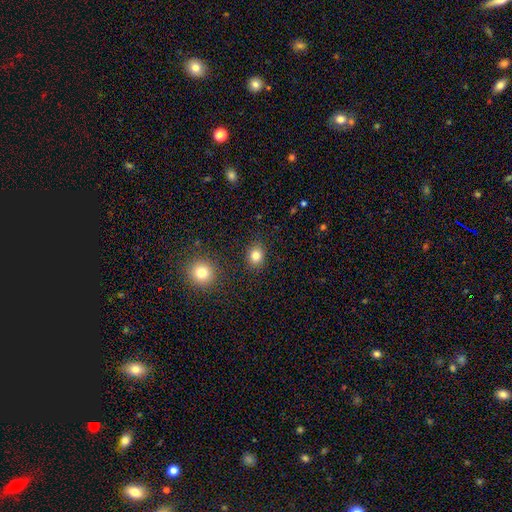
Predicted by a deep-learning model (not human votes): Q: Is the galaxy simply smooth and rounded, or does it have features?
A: smooth — 81%.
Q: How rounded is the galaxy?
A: round — 62%.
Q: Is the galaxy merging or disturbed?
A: none — 86%.